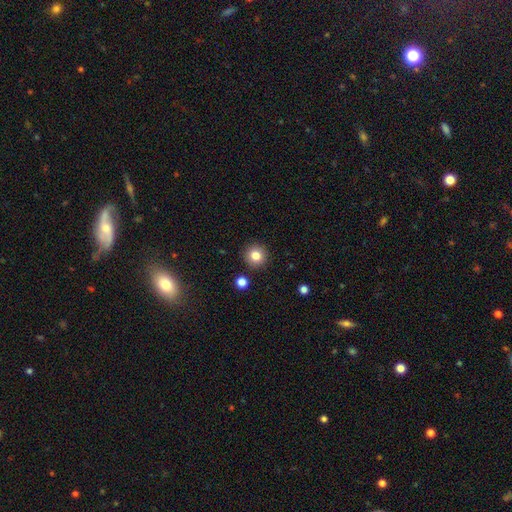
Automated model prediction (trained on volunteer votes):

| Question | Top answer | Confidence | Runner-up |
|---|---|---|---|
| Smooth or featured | smooth | 82% | star or artifact (11%) |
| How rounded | round | 94% | in between (5%) |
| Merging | none | 90% | minor disturbance (5%) |